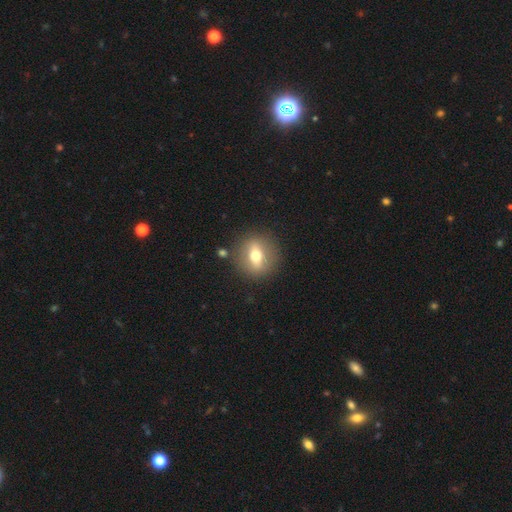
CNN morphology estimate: type=smooth (50%); roundness=round (68%); merging=none (87%).